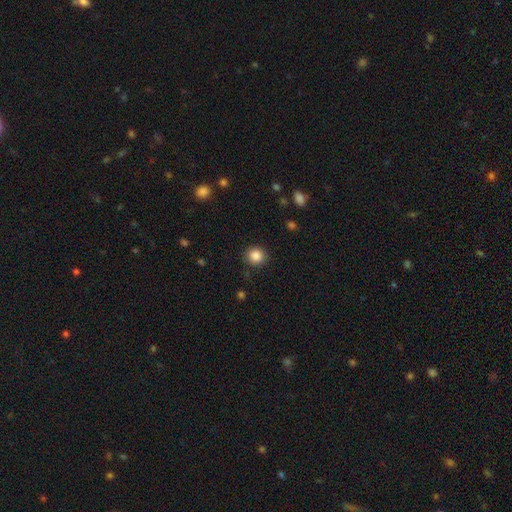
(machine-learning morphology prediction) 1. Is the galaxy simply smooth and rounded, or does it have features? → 86% smooth, 10% star or artifact, 4% featured or disk.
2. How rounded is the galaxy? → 86% round, 13% in between, 1% cigar-shaped.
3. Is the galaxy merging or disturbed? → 89% none, 7% minor disturbance, 2% major disturbance, 1% merger.